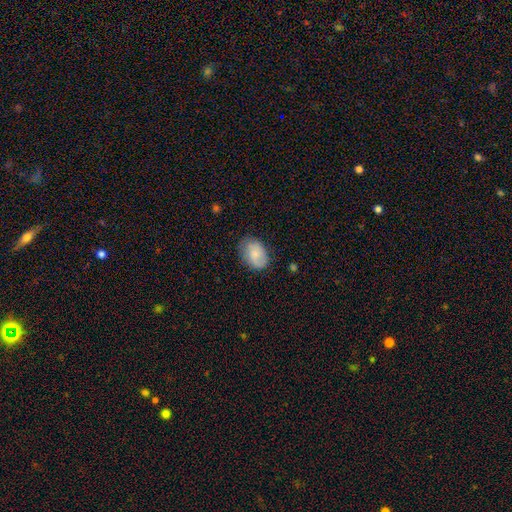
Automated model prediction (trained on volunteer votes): The model was most divided on "merging": none: 72%, minor disturbance: 21%, major disturbance: 6%, merger: 1%. More confident: how rounded — in between (78%); smooth or featured — smooth (74%).